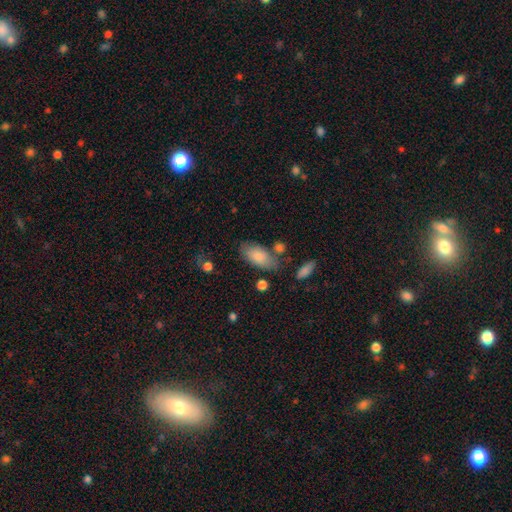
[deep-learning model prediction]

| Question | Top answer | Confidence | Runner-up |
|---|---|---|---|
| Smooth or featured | smooth | 77% | featured or disk (14%) |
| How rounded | in between | 90% | cigar-shaped (7%) |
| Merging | none | 69% | minor disturbance (18%) |